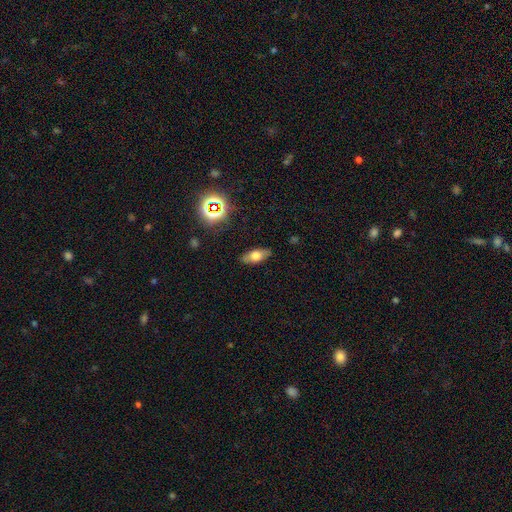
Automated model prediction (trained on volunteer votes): smooth 63%, featured or disk 26%, star or artifact 12%. Down the decision tree: how rounded — in between (79%); merging — none (86%).